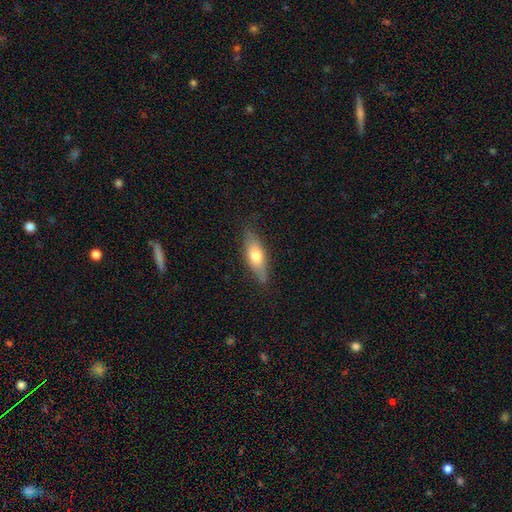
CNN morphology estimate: The model was most divided on "how rounded": in between: 57%, cigar-shaped: 39%, round: 3%. More confident: merging — none (81%); smooth or featured — smooth (60%).